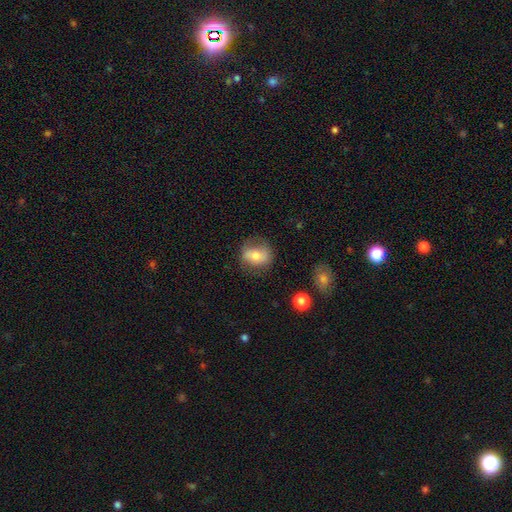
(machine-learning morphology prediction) Overall: smooth (60%; featured or disk 31%). How rounded: in between (54%; round 44%). Merging: none (69%).